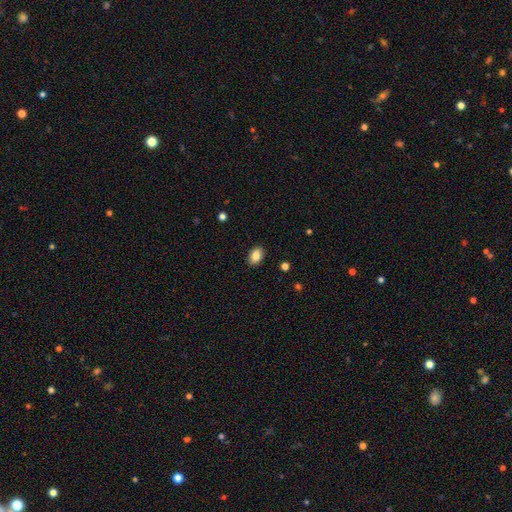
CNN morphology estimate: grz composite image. It shows a smooth galaxy with no disk features (86%) that is in between round and cigar-shaped (85%). Merging: none (89%).